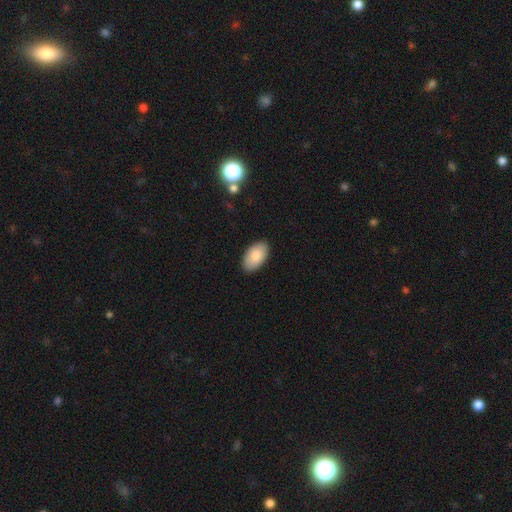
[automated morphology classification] type=smooth (85%); roundness=in between (96%); merging=none (88%).